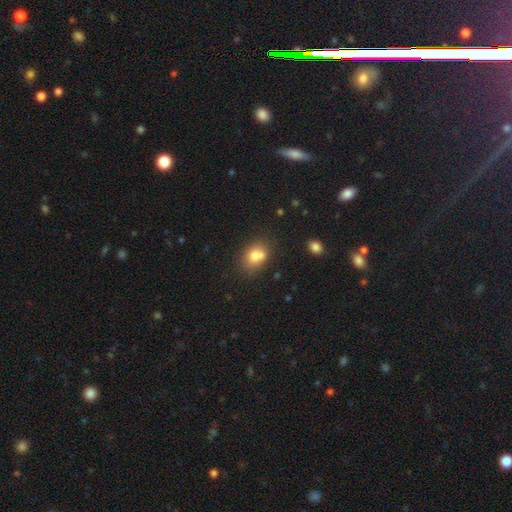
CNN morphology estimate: A smooth galaxy with no disk features (74%) that is in between round and cigar-shaped (57%).

Vote fractions:
- Smooth or featured? smooth: 74% / featured or disk: 15% / star or artifact: 11%
- How rounded? in between: 57% / round: 42% / cigar-shaped: 1%
- Merging? none: 46% / merger: 32% / minor disturbance: 16% / major disturbance: 6%